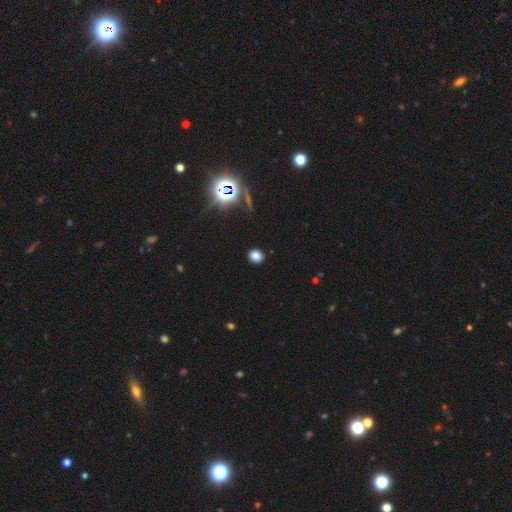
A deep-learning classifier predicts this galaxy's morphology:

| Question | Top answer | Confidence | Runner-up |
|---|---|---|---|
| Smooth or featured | smooth | 78% | star or artifact (17%) |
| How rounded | round | 73% | in between (26%) |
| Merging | none | 90% | minor disturbance (7%) |